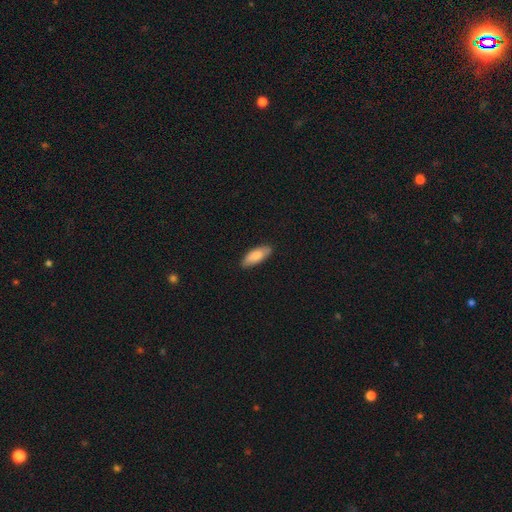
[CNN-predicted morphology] Overall: smooth (83%). How rounded: in between (77%). Merging: none (82%).